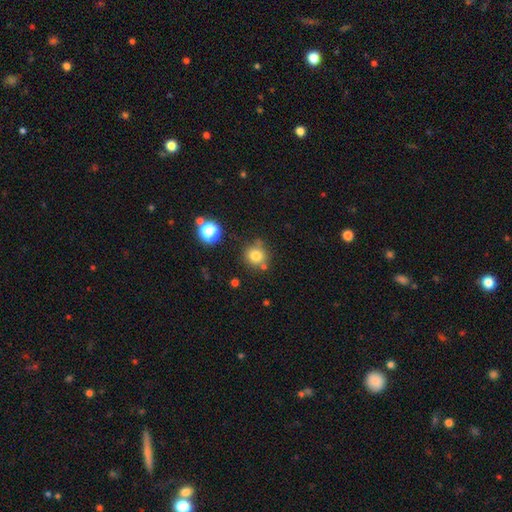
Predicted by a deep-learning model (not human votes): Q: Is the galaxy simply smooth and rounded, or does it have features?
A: smooth — 80%.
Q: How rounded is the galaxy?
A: round — 90%.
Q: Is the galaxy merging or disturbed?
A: none — 74%.